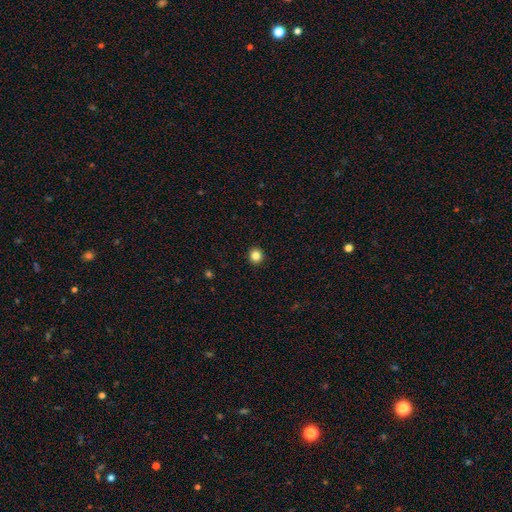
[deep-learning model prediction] smooth 84%, star or artifact 12%, featured or disk 4%. Down the decision tree: how rounded — round (94%); merging — none (93%).